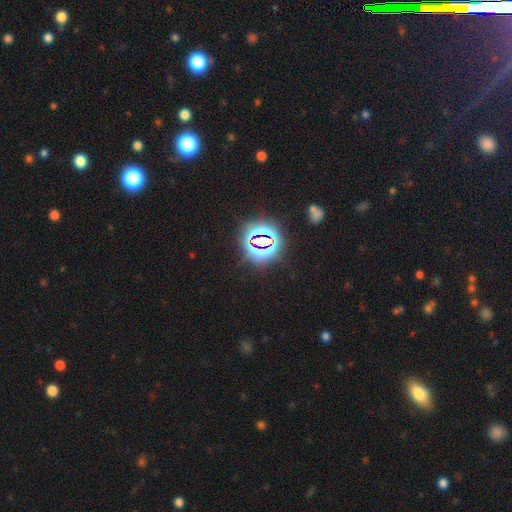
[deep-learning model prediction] This is likely a star or artifact rather than a galaxy (76%).